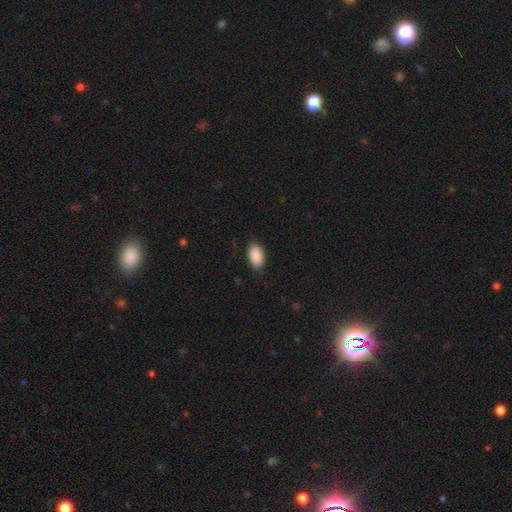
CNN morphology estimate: Smooth or featured?
  - smooth: 90% *
  - star or artifact: 7%
  - featured or disk: 4%
How rounded?
  - in between: 94% *
  - round: 4%
  - cigar-shaped: 2%
Merging?
  - none: 84% *
  - minor disturbance: 12%
  - major disturbance: 3%
  - merger: 1%